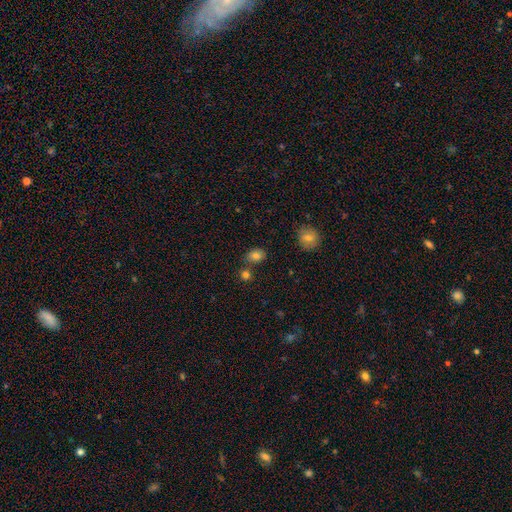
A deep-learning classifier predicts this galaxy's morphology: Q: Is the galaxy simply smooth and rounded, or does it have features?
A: smooth — 81%.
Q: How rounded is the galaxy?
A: in between — 60%.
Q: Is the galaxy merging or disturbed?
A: none — 70%.